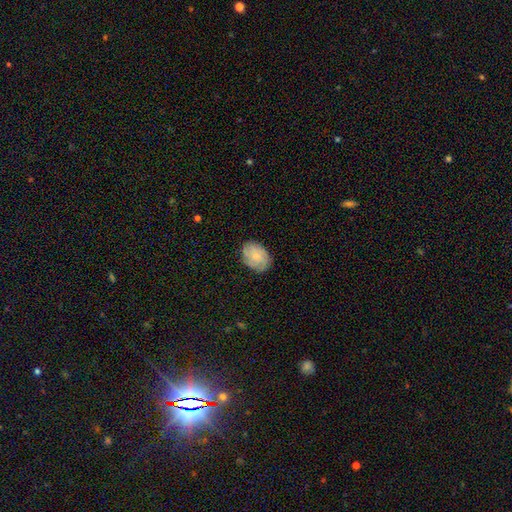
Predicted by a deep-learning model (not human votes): Overall: smooth (53%; featured or disk 40%). How rounded: in between (72%). Merging: none (80%).